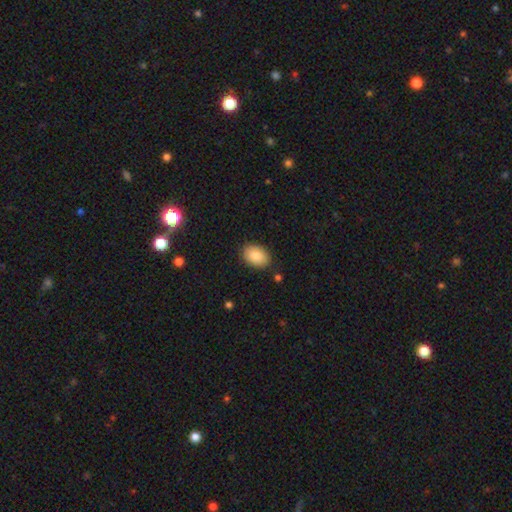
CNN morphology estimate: Overall: smooth (86%). How rounded: in between (82%). Merging: none (86%).